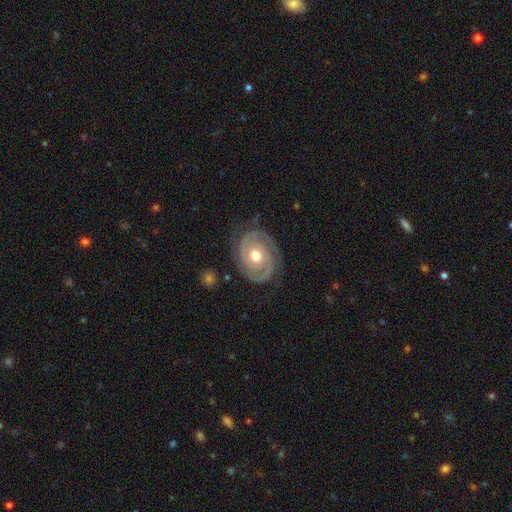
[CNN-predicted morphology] Q: Smooth or featured?
A: featured or disk (91%); runner-up: smooth (5%)
Q: Edge-on disk?
A: no (98%); runner-up: yes (2%)
Q: Bar?
A: no (75%); runner-up: weak (19%)
Q: Spiral arms?
A: yes (98%); runner-up: no (2%)
Q: Spiral winding?
A: tight (76%); runner-up: medium (21%)
Q: Spiral arm count?
A: 2 (91%); runner-up: 3 (3%)
Q: Bulge size?
A: moderate (80%); runner-up: small (12%)
Q: Merging?
A: none (84%); runner-up: minor disturbance (12%)